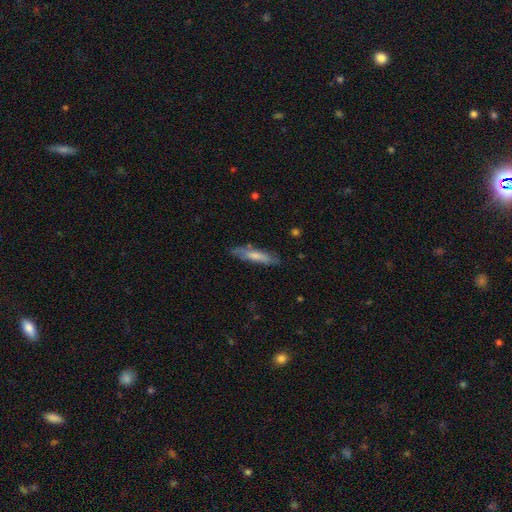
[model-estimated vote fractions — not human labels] smooth 65%, featured or disk 29%, star or artifact 6%. Down the decision tree: how rounded — cigar-shaped (82%); merging — none (76%).